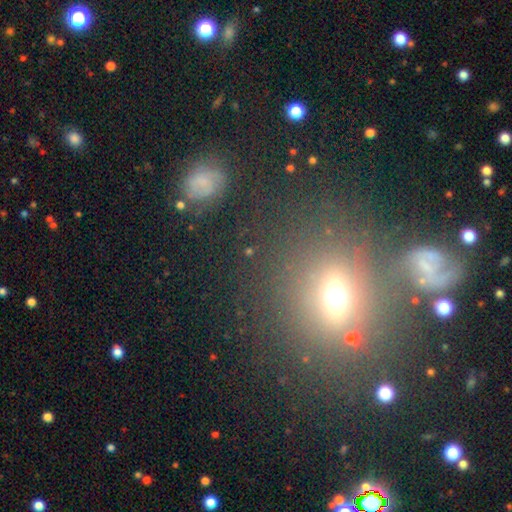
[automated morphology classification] Smooth or featured? smooth (42%)
Merging? none (73%)